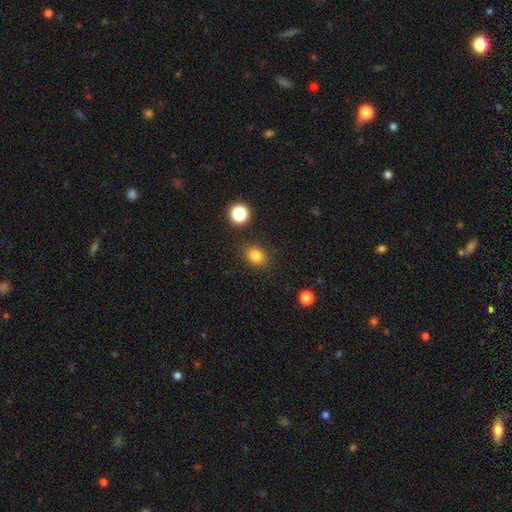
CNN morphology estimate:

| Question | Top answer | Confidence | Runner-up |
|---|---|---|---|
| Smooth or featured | smooth | 82% | star or artifact (13%) |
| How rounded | round | 51% | in between (48%) |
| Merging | none | 85% | minor disturbance (9%) |